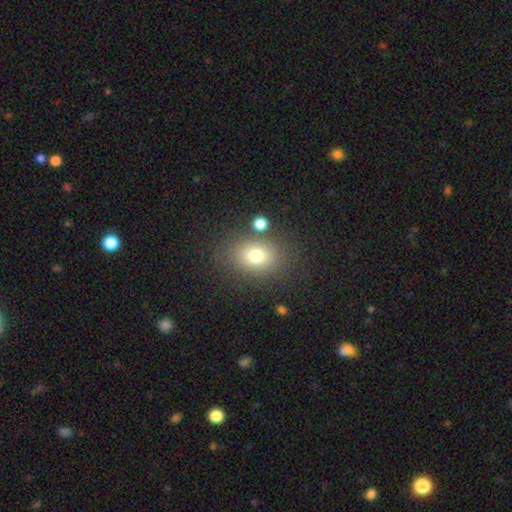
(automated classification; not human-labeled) A smooth galaxy with no disk features (75%) that is in between round and cigar-shaped (56%).

Vote fractions:
- Smooth or featured? smooth: 75% / star or artifact: 13% / featured or disk: 12%
- How rounded? in between: 56% / round: 43% / cigar-shaped: 1%
- Merging? none: 76% / minor disturbance: 11% / merger: 7% / major disturbance: 5%